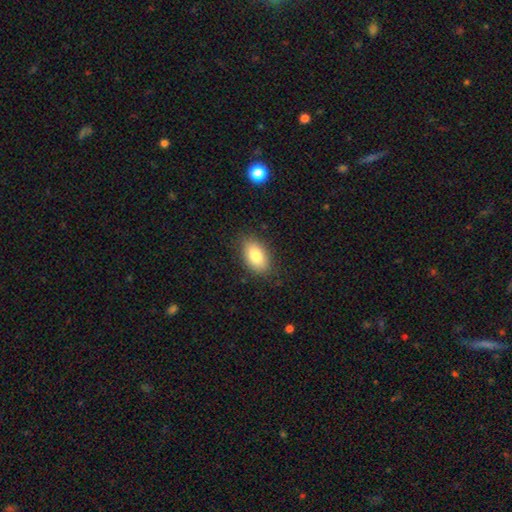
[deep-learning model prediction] Overall: smooth (82%). How rounded: in between (91%). Merging: none (85%).